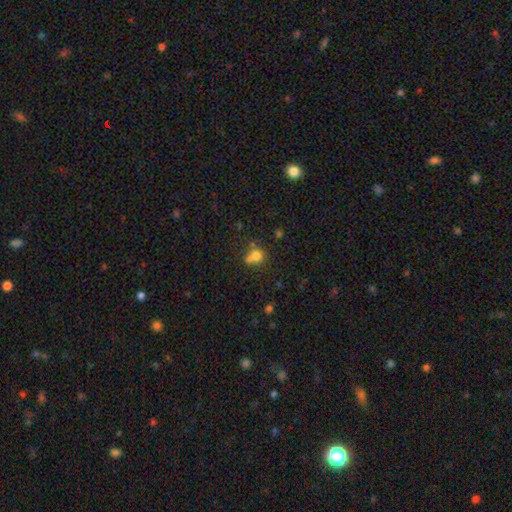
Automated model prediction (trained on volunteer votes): The model was most divided on "merging": merger: 45%, none: 42%, minor disturbance: 10%, major disturbance: 4%. More confident: how rounded — round (80%); smooth or featured — smooth (74%).